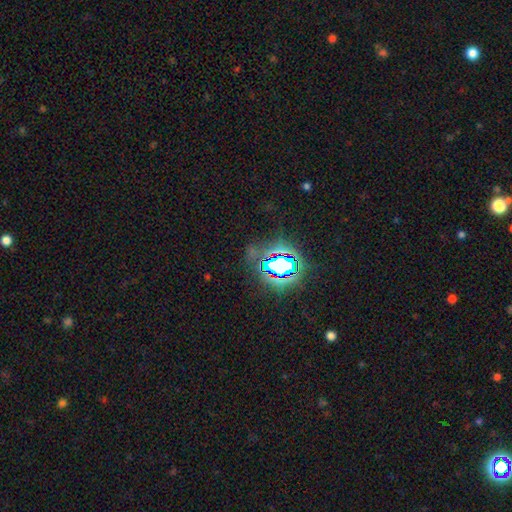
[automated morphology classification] star or artifact 78%, smooth 13%, featured or disk 9%.